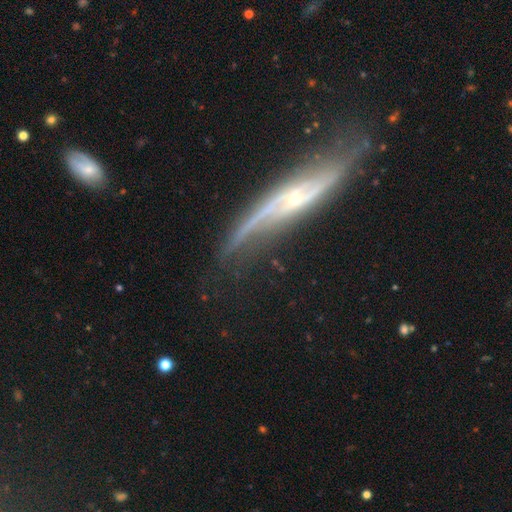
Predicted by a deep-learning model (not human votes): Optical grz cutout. It shows a featured or disk galaxy (83%). Merging: none (62%).